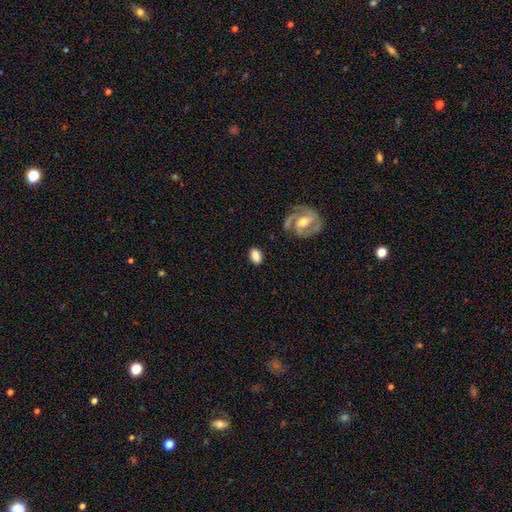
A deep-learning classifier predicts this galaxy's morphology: smooth 78%, featured or disk 16%, star or artifact 7%. Down the decision tree: how rounded — in between (87%); merging — none (80%).